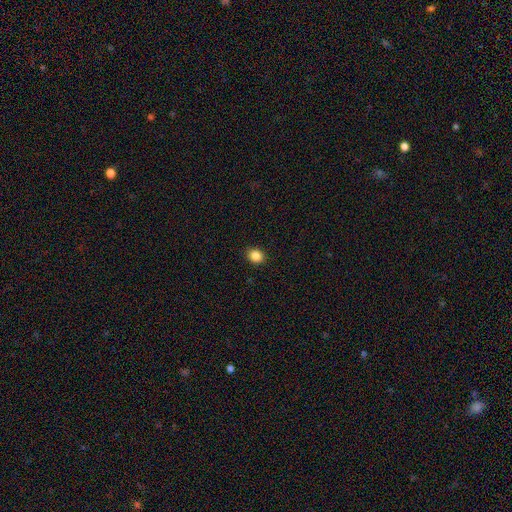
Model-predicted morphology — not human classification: Smooth or featured? smooth (86%)
How rounded? round (59%)
Merging? none (90%)